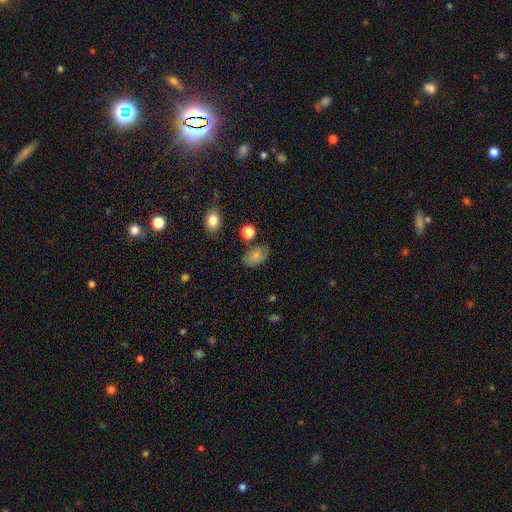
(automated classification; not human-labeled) Smooth or featured? smooth (68%)
How rounded? in between (82%)
Merging? none (61%)